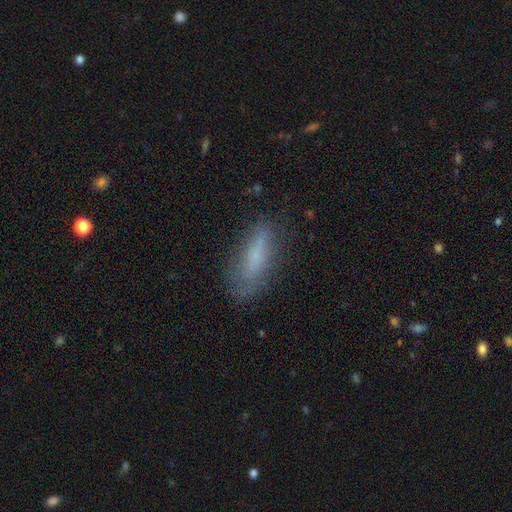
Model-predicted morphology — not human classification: Overall: smooth (66%). How rounded: cigar-shaped (49%, tied with in between). Merging: none (71%).